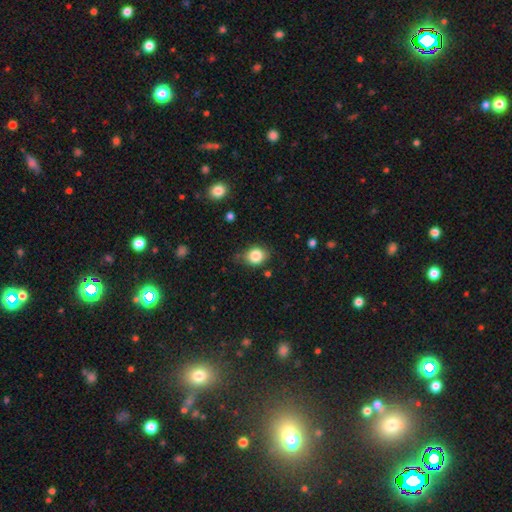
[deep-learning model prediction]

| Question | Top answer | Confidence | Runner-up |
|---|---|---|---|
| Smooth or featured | smooth | 84% | star or artifact (10%) |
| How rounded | round | 62% | in between (37%) |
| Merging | none | 74% | minor disturbance (20%) |